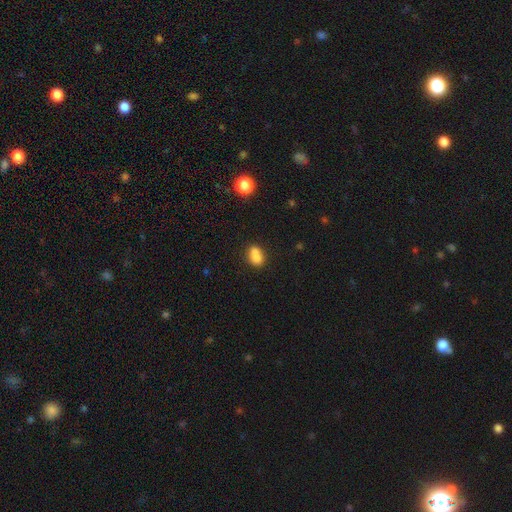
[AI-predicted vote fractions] smooth_or_featured: smooth (p=0.76) [alt: featured or disk p=0.13]
how_rounded: in between (p=0.66) [alt: round p=0.31]
merging: merger (p=0.43) [alt: none p=0.40]